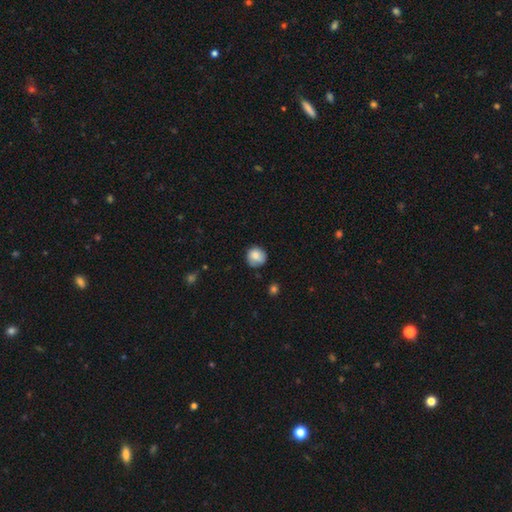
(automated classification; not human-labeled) This is likely a smooth galaxy (78%). How rounded: clearly round (86%). Merging: likely none (69%).